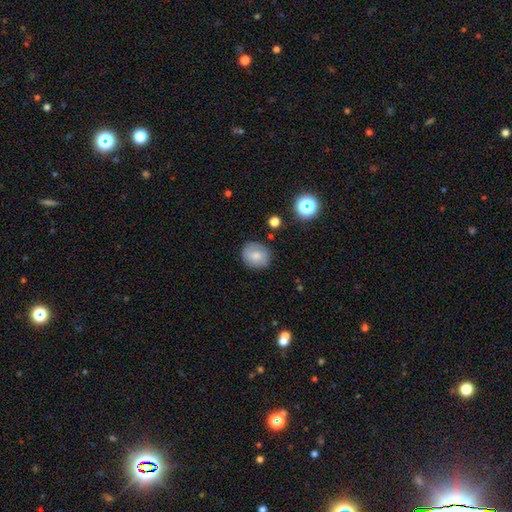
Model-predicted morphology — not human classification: smooth 78%, featured or disk 13%, star or artifact 9%. Down the decision tree: how rounded — round (74%); merging — none (83%).